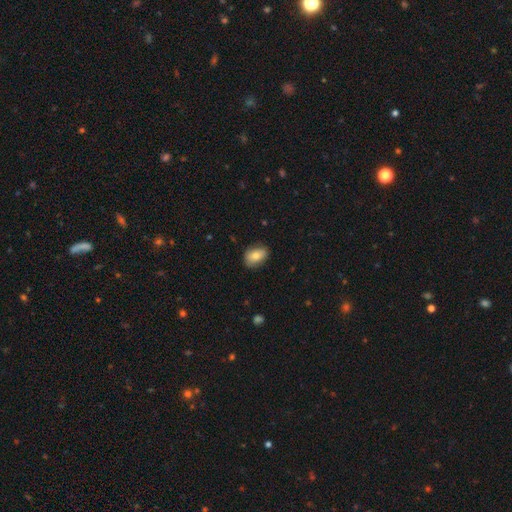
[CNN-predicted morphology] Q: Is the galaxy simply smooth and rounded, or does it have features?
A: smooth — 78%.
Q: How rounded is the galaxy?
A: in between — 83%.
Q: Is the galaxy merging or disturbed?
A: none — 79%.